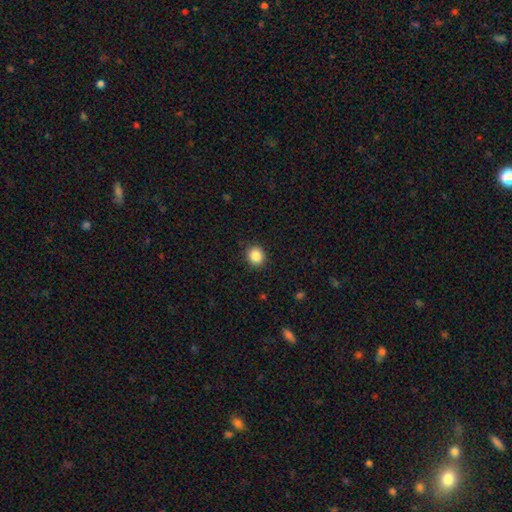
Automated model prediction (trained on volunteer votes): smooth_or_featured: smooth (p=0.86) [alt: star or artifact p=0.10]
how_rounded: round (p=0.84) [alt: in between p=0.15]
merging: none (p=0.90) [alt: minor disturbance p=0.07]